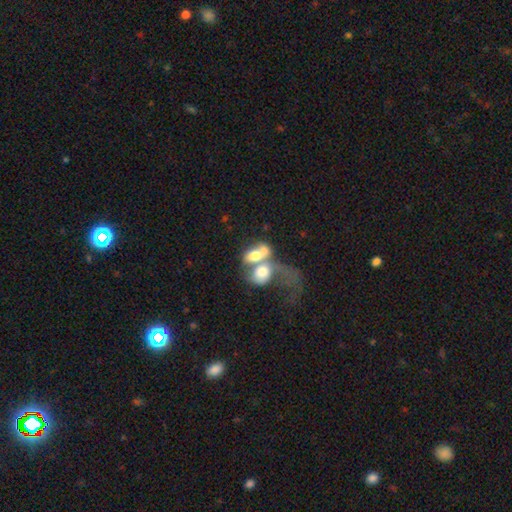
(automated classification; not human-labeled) smooth-or-featured: smooth: 54% | featured or disk: 37% | star or artifact: 9%
  how-rounded: in between: 75% | round: 22% | cigar-shaped: 3%
  merging: merger: 74% | major disturbance: 15% | none: 7% | minor disturbance: 4%